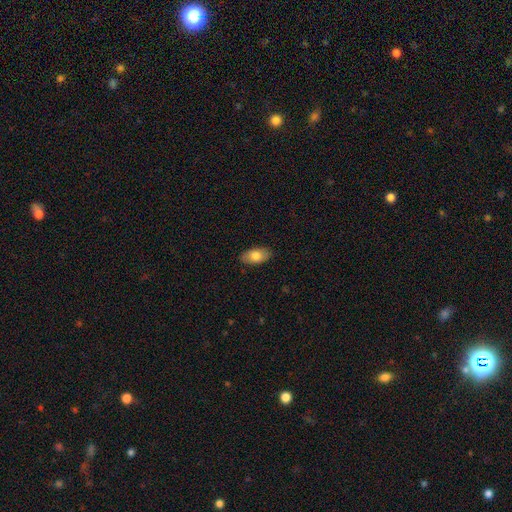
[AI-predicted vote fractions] This is likely a smooth galaxy (79%). How rounded: clearly in between (93%). Merging: clearly none (88%).